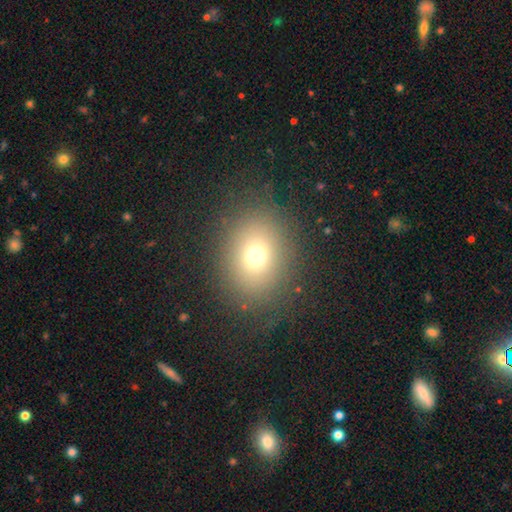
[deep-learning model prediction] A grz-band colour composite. It shows a smooth galaxy with no disk features (71%) that is round (54%). Merging: none (84%).